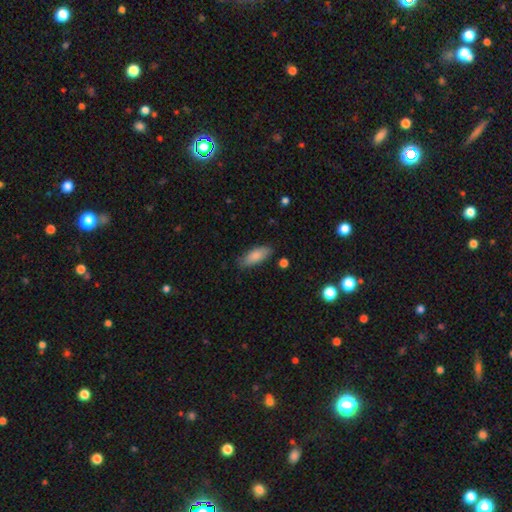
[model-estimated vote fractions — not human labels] Morphology: type=smooth (83%); roundness=in between (79%); merging=none (80%).